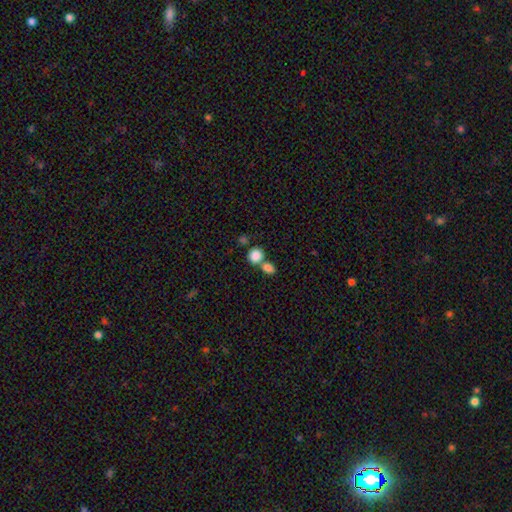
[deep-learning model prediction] A smooth galaxy with no disk features (85%) that is round (78%).

Vote fractions:
- Smooth or featured? smooth: 85% / star or artifact: 9% / featured or disk: 6%
- How rounded? round: 78% / in between: 20% / cigar-shaped: 1%
- Merging? none: 48% / merger: 42% / minor disturbance: 7% / major disturbance: 3%